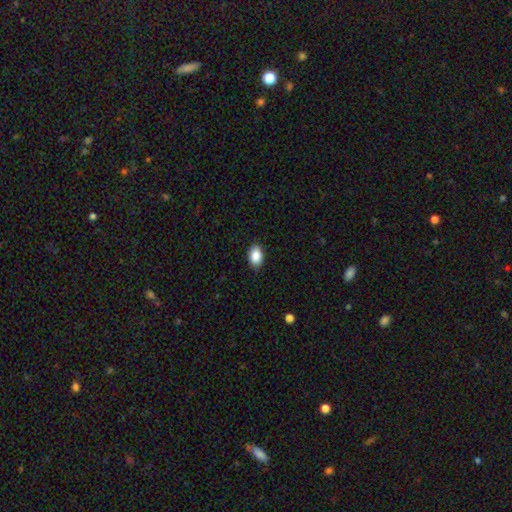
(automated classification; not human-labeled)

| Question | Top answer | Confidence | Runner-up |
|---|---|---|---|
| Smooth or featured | smooth | 88% | star or artifact (7%) |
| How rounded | in between | 88% | round (11%) |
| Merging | none | 88% | minor disturbance (9%) |